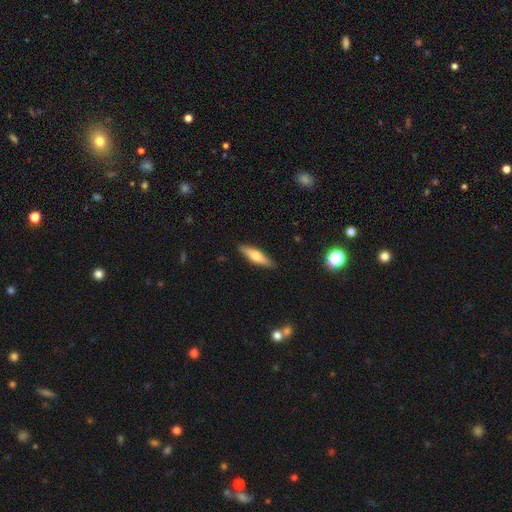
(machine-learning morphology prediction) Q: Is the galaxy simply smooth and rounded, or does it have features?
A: smooth — 54%.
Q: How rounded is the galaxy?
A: cigar-shaped — 70%.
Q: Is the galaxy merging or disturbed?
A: none — 89%.